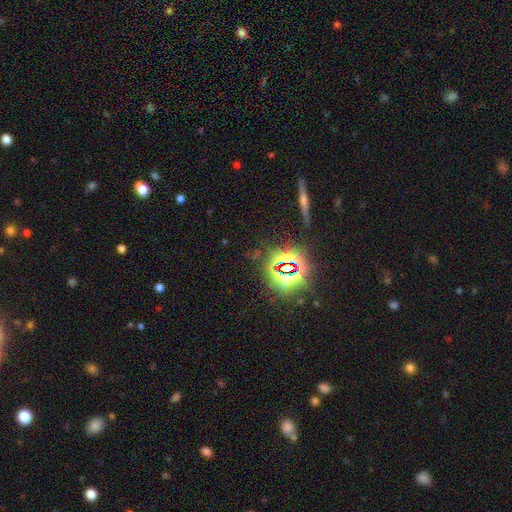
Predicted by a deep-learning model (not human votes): A star or artifact, not a galaxy (82%).

Vote fractions:
- Smooth or featured? star or artifact: 82% / smooth: 10% / featured or disk: 8%